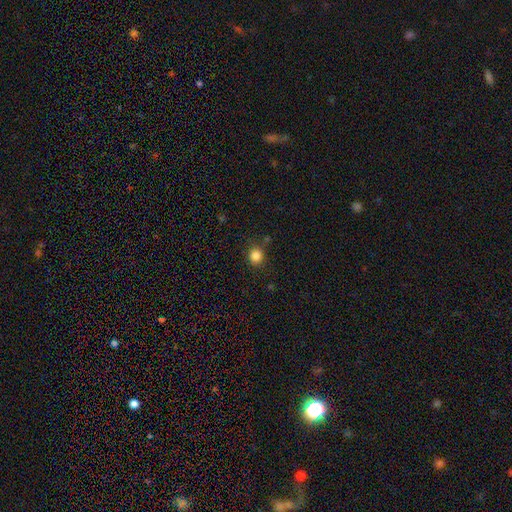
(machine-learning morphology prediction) Smooth or featured? Predicted: smooth (p=0.84). How rounded? Predicted: round (p=0.86). Merging? Predicted: none (p=0.83).